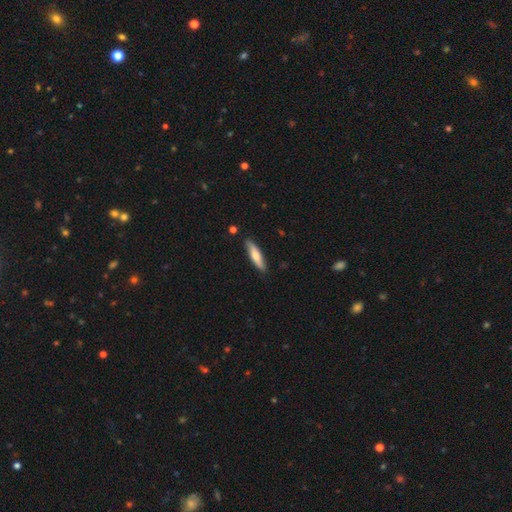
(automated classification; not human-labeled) A smooth galaxy with no disk features (66%) that is cigar-shaped (76%). Merging: none (85%).